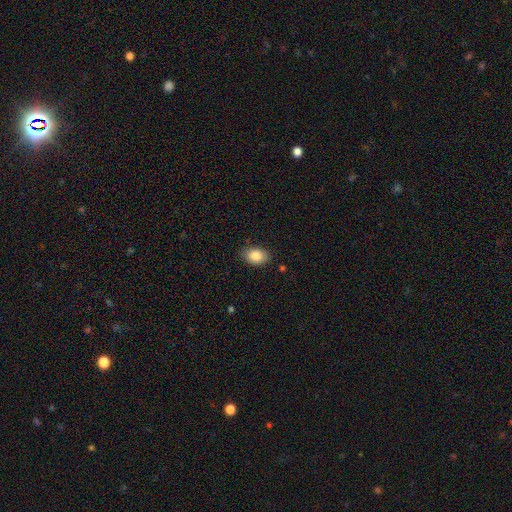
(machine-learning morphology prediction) The model was most divided on "how rounded": in between: 82%, round: 17%, cigar-shaped: 1%. More confident: smooth or featured — smooth (85%); merging — none (84%).